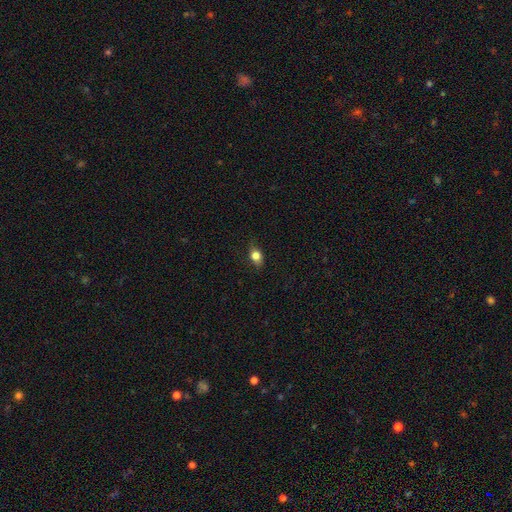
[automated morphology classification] Smooth or featured? Predicted: smooth (p=0.80). How rounded? Predicted: in between (p=0.66). Merging? Predicted: none (p=0.81).